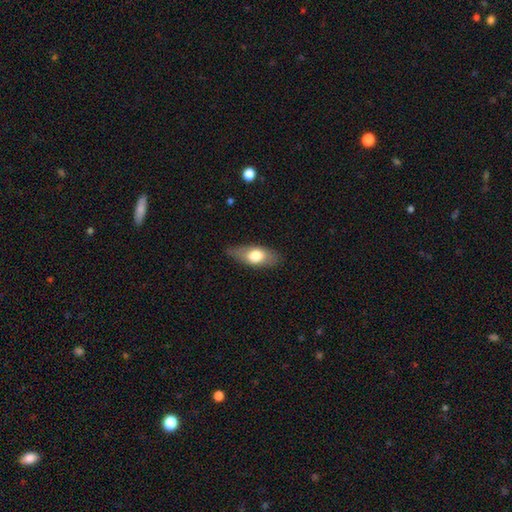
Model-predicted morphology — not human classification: Smooth or featured: smooth — 67% (featured or disk — 27%)
How rounded: in between — 81% (cigar-shaped — 14%)
Merging: none — 76% (minor disturbance — 18%)